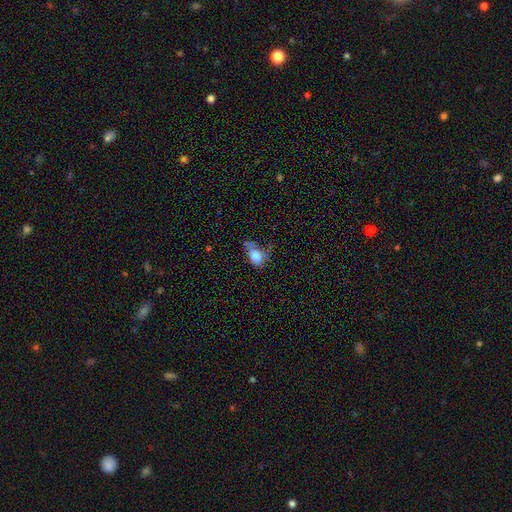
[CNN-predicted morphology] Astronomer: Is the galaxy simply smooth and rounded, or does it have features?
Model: smooth — 78%.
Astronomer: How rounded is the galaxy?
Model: in between — 67%.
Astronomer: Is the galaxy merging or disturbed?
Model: none — 34% (runner-up: minor disturbance, 31%).